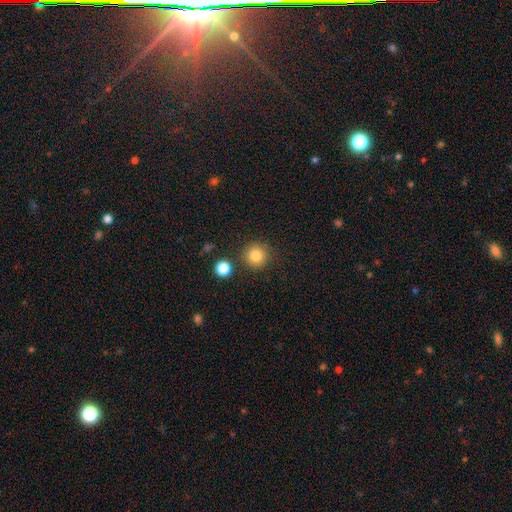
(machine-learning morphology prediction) Smooth or featured: smooth — 84% (star or artifact — 10%)
How rounded: round — 94% (in between — 5%)
Merging: none — 85% (minor disturbance — 7%)